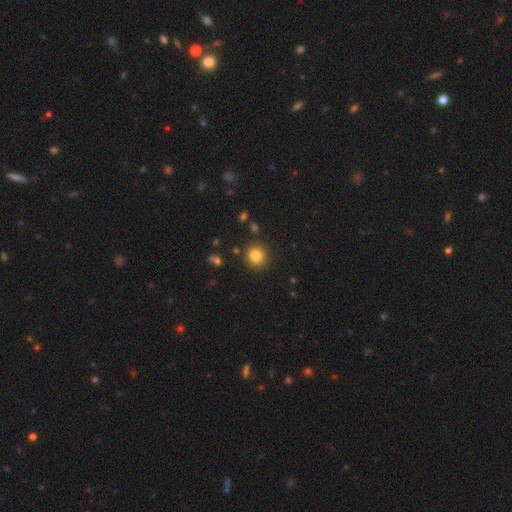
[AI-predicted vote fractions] This is clearly a smooth galaxy (83%). How rounded: clearly round (88%). Merging: clearly none (87%).